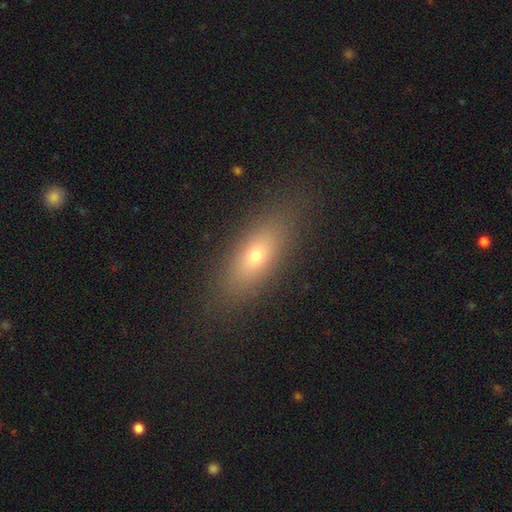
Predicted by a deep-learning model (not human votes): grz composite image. It shows a smooth galaxy with no disk features (69%) that is in between round and cigar-shaped (67%). Merging: none (83%).